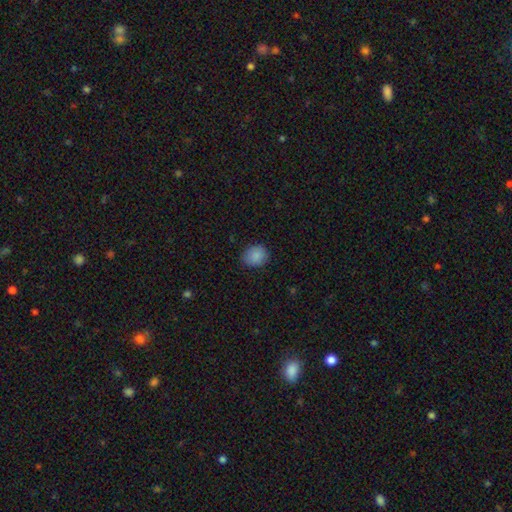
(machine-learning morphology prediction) A smooth galaxy with no disk features (88%) that is round (65%). Merging: none (83%).